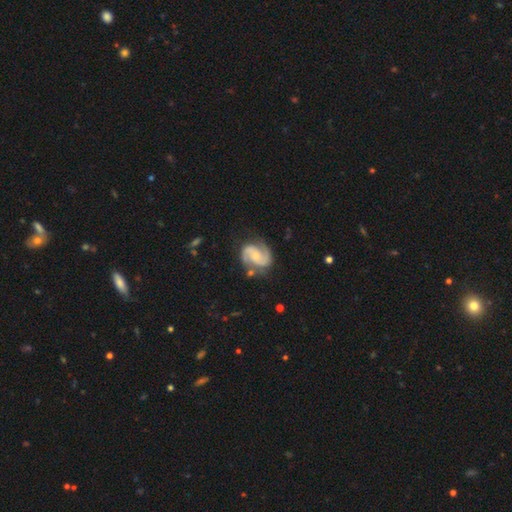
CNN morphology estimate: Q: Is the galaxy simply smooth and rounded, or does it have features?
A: featured or disk — 88%.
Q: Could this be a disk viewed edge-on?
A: no — 98%.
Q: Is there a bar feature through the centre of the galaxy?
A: no — 55%.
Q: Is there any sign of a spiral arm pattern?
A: yes — 97%.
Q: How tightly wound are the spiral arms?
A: medium — 56%.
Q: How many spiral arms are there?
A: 2 — 92%.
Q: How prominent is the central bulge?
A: small — 54%.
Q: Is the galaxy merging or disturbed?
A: none — 76%.